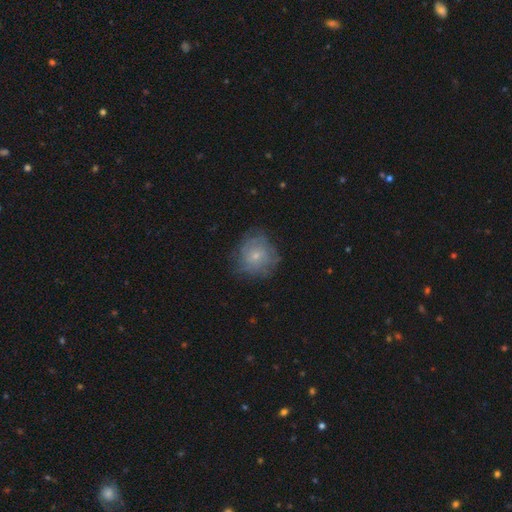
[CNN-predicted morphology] Q: Smooth or featured?
A: featured or disk (48%); runner-up: smooth (42%)
Q: Merging?
A: none (70%); runner-up: minor disturbance (20%)